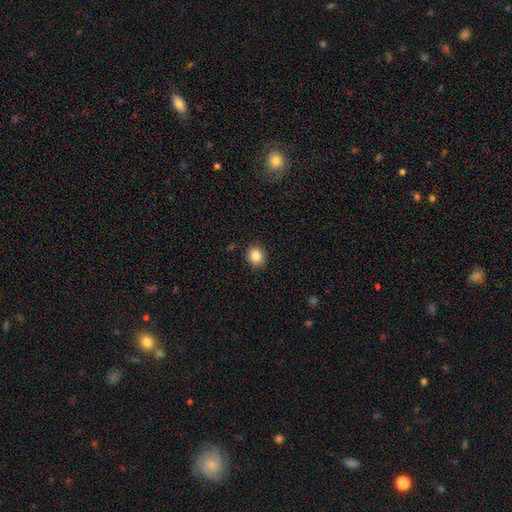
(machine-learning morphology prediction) A smooth galaxy with no disk features (85%) that is round (74%).

Vote fractions:
- Smooth or featured? smooth: 85% / star or artifact: 10% / featured or disk: 5%
- How rounded? round: 74% / in between: 26% / cigar-shaped: 1%
- Merging? none: 90% / minor disturbance: 7% / major disturbance: 2% / merger: 1%